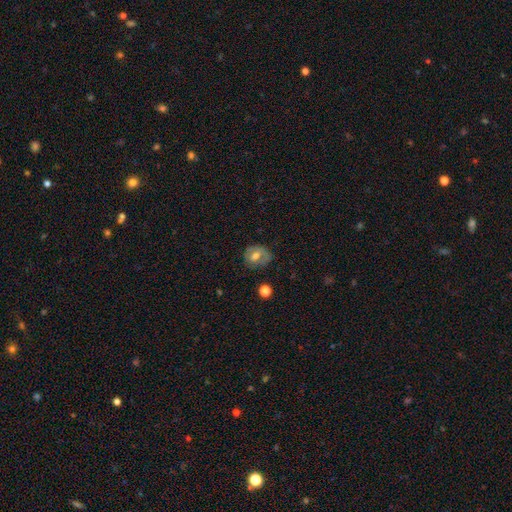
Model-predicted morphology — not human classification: This is possibly a smooth galaxy (52%). How rounded: possibly round (56%). Merging: likely none (65%).